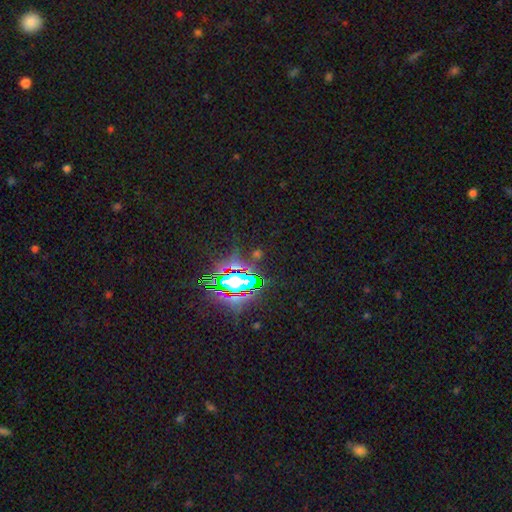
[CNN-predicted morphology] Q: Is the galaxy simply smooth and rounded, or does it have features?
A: star or artifact — 80%.